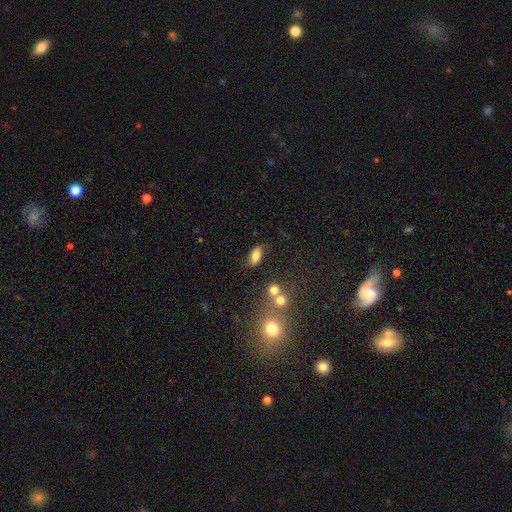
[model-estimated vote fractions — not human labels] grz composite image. It shows a smooth galaxy with no disk features (76%) that is in between round and cigar-shaped (86%). Merging: none (75%).